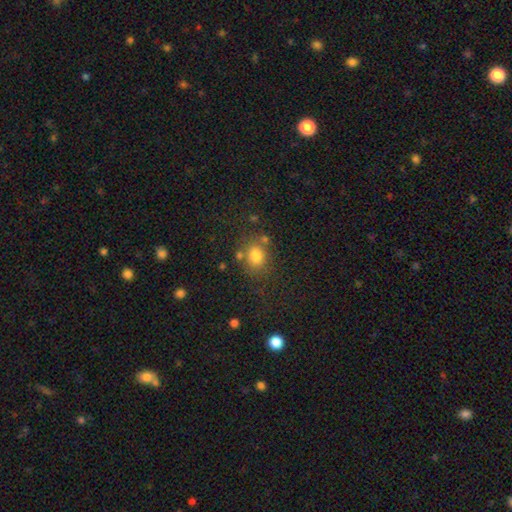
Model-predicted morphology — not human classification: Overall: smooth (78%). How rounded: round (61%; in between 38%). Merging: none (69%).